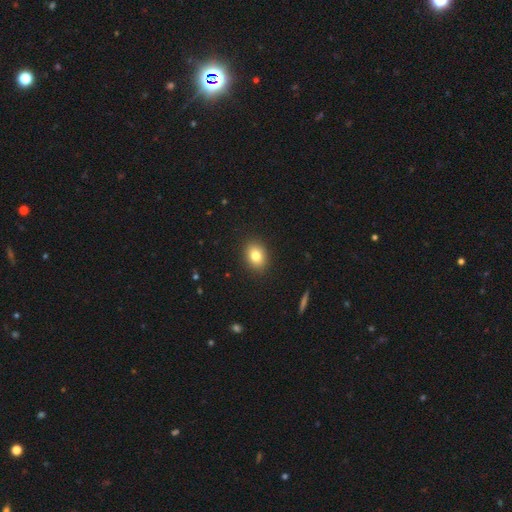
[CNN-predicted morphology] A smooth galaxy with no disk features (80%) that is in between round and cigar-shaped (66%).

Vote fractions:
- Smooth or featured? smooth: 80% / star or artifact: 10% / featured or disk: 10%
- How rounded? in between: 66% / round: 33% / cigar-shaped: 1%
- Merging? none: 89% / minor disturbance: 8% / major disturbance: 2% / merger: 1%